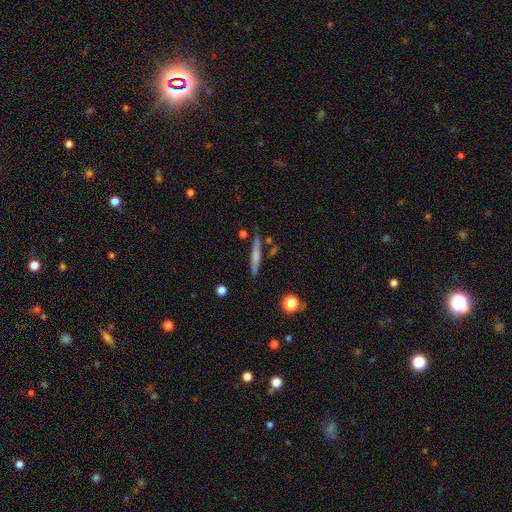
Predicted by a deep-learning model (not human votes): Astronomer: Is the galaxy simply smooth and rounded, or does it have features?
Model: smooth — 49% (runner-up: featured or disk, 44%).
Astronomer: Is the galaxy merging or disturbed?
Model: none — 83%.